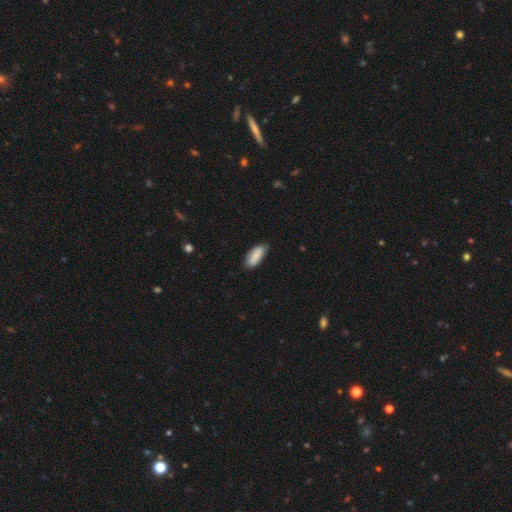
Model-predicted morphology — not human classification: smooth-or-featured: smooth: 83% | featured or disk: 11% | star or artifact: 6%
  how-rounded: in between: 81% | cigar-shaped: 17% | round: 2%
  merging: none: 75% | minor disturbance: 20% | major disturbance: 3% | merger: 2%